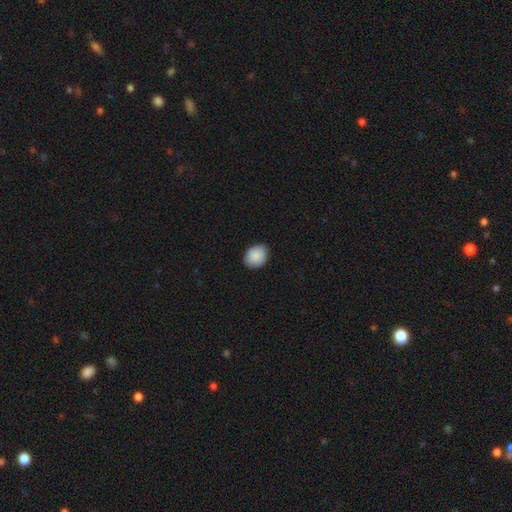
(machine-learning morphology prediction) Smooth or featured: smooth — 89% (star or artifact — 7%)
How rounded: in between — 56% (round — 43%)
Merging: none — 85% (minor disturbance — 12%)